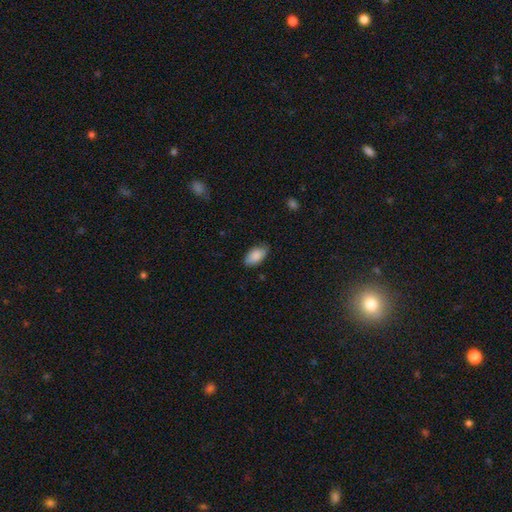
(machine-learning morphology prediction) Q: Smooth or featured?
A: smooth (88%); runner-up: star or artifact (6%)
Q: How rounded?
A: in between (94%); runner-up: round (3%)
Q: Merging?
A: none (81%); runner-up: minor disturbance (15%)